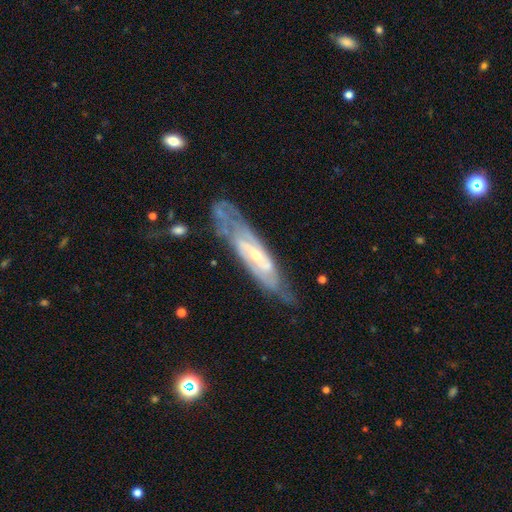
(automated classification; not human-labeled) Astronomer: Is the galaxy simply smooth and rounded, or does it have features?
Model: featured or disk — 82%.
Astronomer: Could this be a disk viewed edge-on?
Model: no — 77%.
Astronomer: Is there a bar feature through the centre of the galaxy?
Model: no — 39% (runner-up: weak, 36%).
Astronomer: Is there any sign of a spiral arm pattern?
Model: yes — 87%.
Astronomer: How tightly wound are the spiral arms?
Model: tight — 53% (runner-up: medium, 35%).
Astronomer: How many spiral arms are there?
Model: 2 — 47% (runner-up: can't tell, 38%).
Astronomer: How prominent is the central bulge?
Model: small — 66%.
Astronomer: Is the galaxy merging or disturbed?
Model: none — 63%.